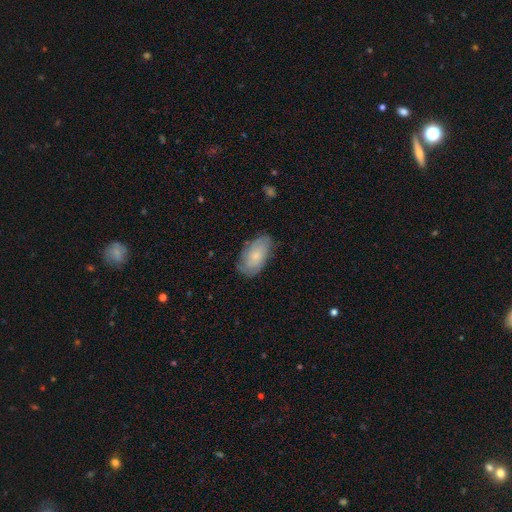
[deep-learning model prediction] This appears to be a smooth galaxy with no disk features (59%) that is in between round and cigar-shaped (94%). Merging: none (74%).